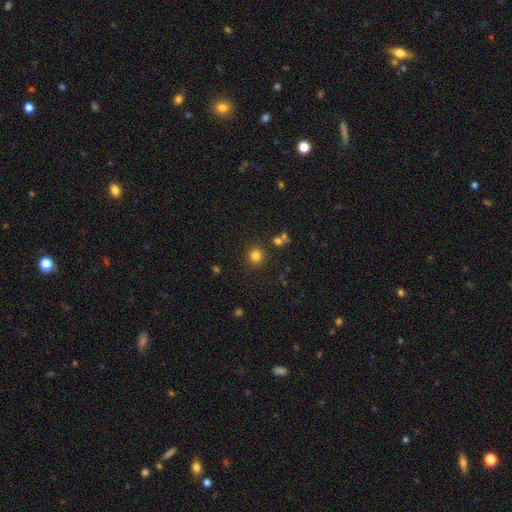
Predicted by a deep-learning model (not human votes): A smooth galaxy with no disk features (81%) that is round (91%).

Vote fractions:
- Smooth or featured? smooth: 81% / star or artifact: 14% / featured or disk: 5%
- How rounded? round: 91% / in between: 8% / cigar-shaped: 1%
- Merging? none: 85% / minor disturbance: 7% / merger: 5% / major disturbance: 3%